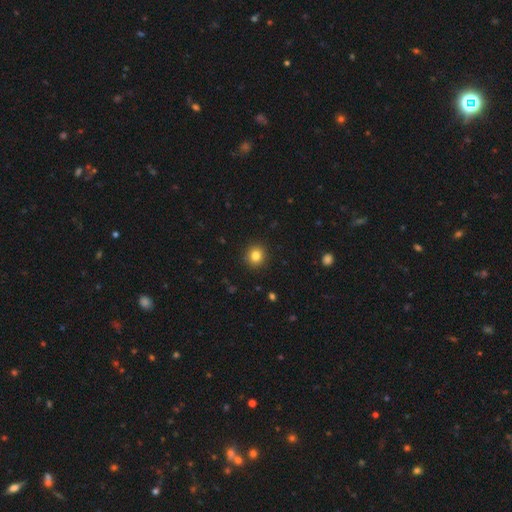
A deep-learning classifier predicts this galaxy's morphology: A smooth galaxy with no disk features (83%) that is round (91%). Merging: none (92%).